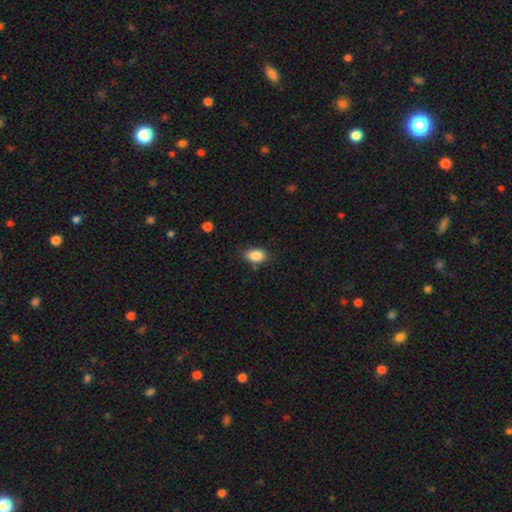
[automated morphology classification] Smooth or featured: smooth — 87% (star or artifact — 8%)
How rounded: in between — 83% (round — 15%)
Merging: none — 82% (minor disturbance — 13%)